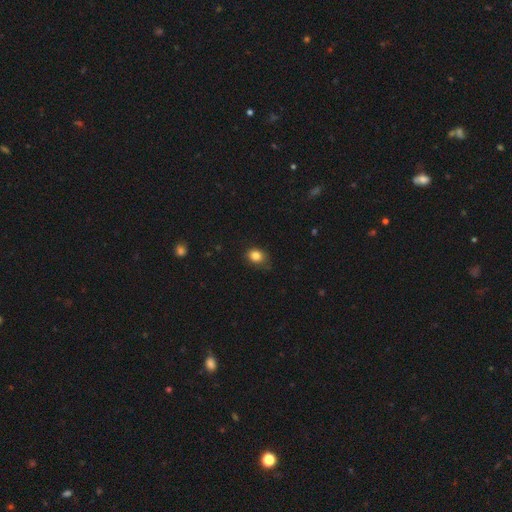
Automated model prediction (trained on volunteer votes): Smooth or featured: smooth — 84% (star or artifact — 10%)
How rounded: in between — 53% (round — 46%)
Merging: none — 72% (minor disturbance — 22%)